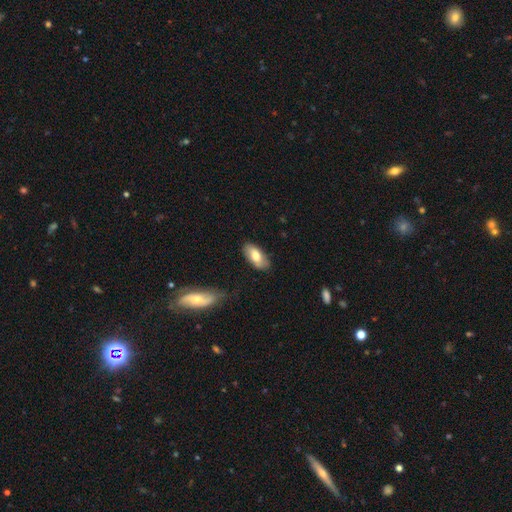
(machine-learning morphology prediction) smooth-or-featured: smooth: 72% | featured or disk: 22% | star or artifact: 6%
  how-rounded: in between: 91% | cigar-shaped: 7% | round: 2%
  merging: none: 78% | minor disturbance: 16% | major disturbance: 3% | merger: 2%